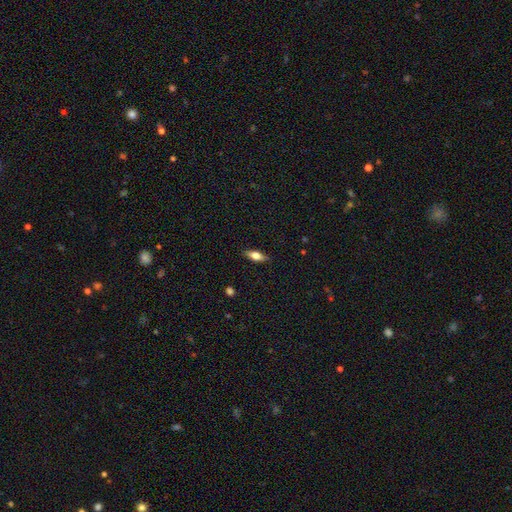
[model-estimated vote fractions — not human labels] A smooth galaxy with no disk features (56%) that is in between round and cigar-shaped (65%). Merging: none (88%).